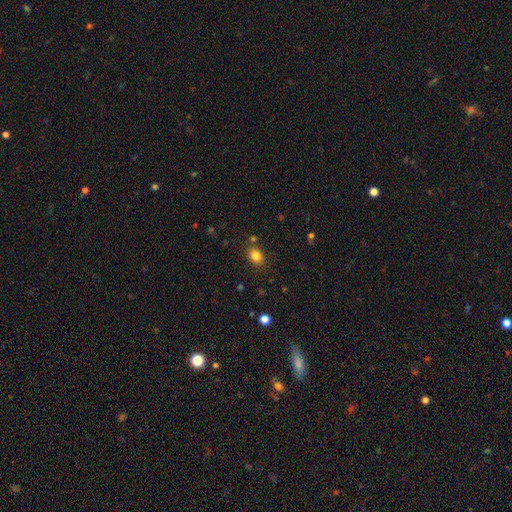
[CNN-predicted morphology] Smooth or featured: smooth — 83% (star or artifact — 11%)
How rounded: in between — 62% (round — 36%)
Merging: none — 81% (minor disturbance — 11%)